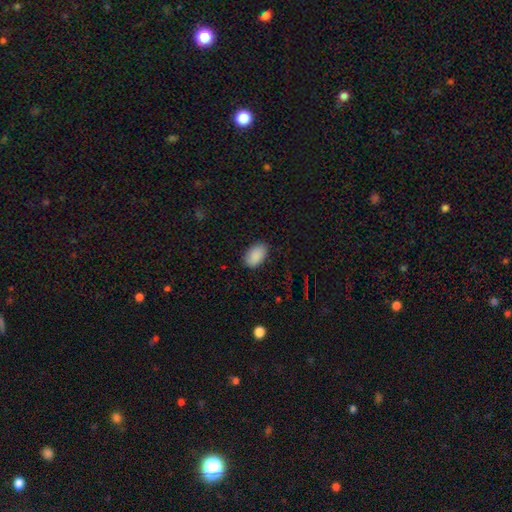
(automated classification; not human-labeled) smooth_or_featured: smooth (p=0.89) [alt: star or artifact p=0.07]
how_rounded: in between (p=0.93) [alt: round p=0.06]
merging: none (p=0.86) [alt: minor disturbance p=0.11]